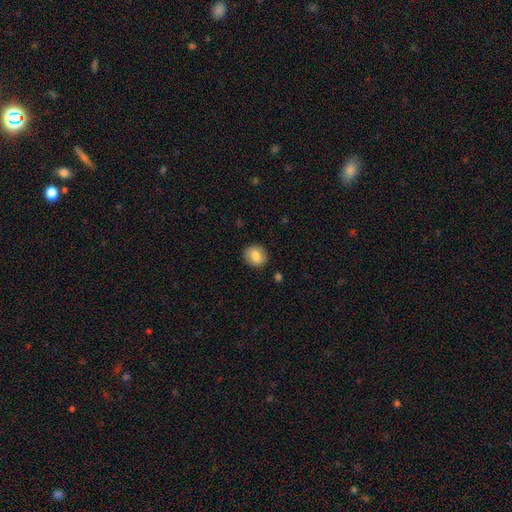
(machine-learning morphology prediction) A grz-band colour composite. It shows a smooth galaxy with no disk features (81%) that is round (76%). Merging: none (89%).